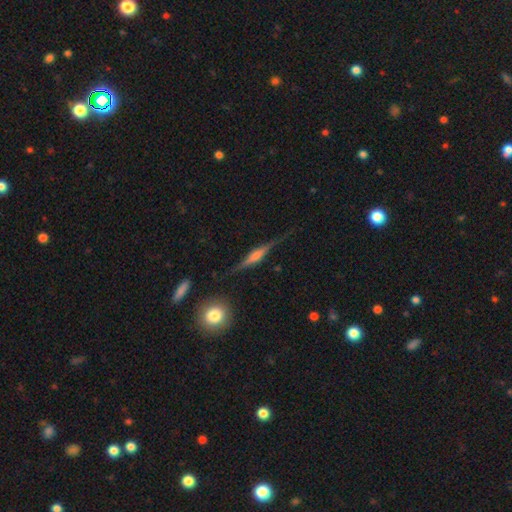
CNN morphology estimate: smooth-or-featured: featured or disk: 76% | smooth: 17% | star or artifact: 7%
  disk-edge-on: yes: 96% | no: 4%
    edge-on-bulge: rounded: 67% | boxy: 24% | none: 9%
  merging: none: 80% | minor disturbance: 14% | major disturbance: 4% | merger: 2%